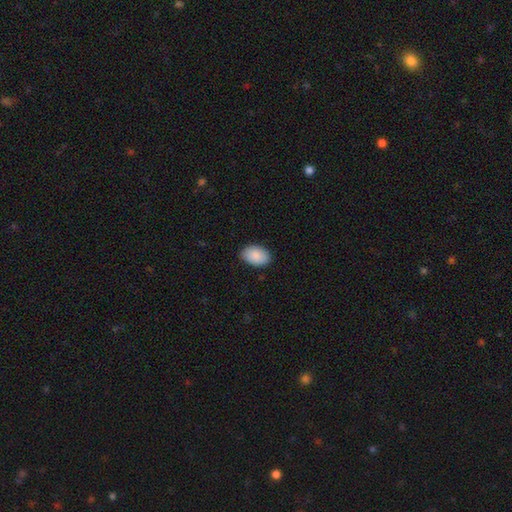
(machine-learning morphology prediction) Smooth or featured? Predicted: smooth (p=0.90). How rounded? Predicted: in between (p=0.88). Merging? Predicted: none (p=0.86).